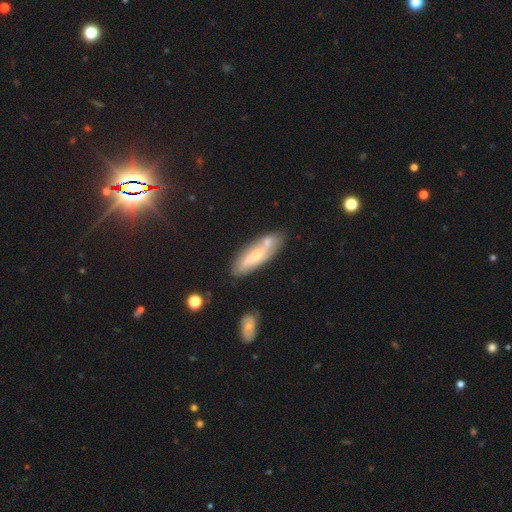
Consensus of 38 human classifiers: smooth 47%, featured or disk 45%, star or artifact 8%. Down the decision tree: how rounded — in between (61%); merging — none (63%).